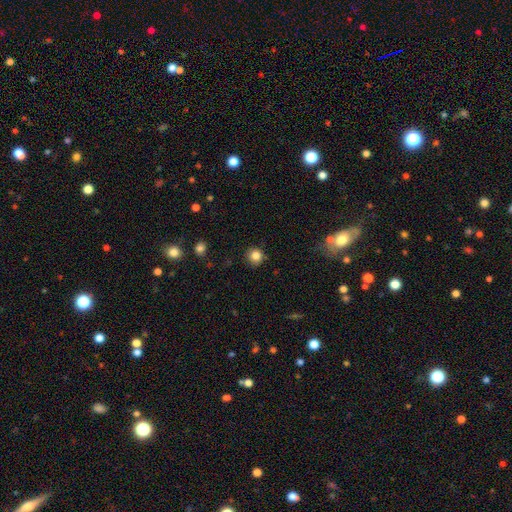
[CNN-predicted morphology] Overall: smooth (83%). How rounded: round (92%). Merging: none (88%).